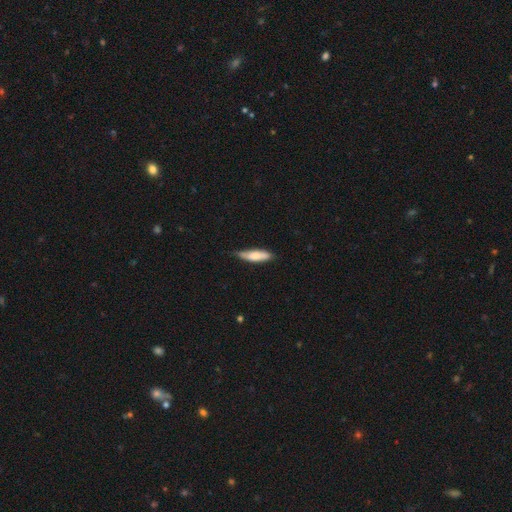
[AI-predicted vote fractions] This appears to be a smooth galaxy with no disk features (74%) that is cigar-shaped (60%). Merging: none (58%).